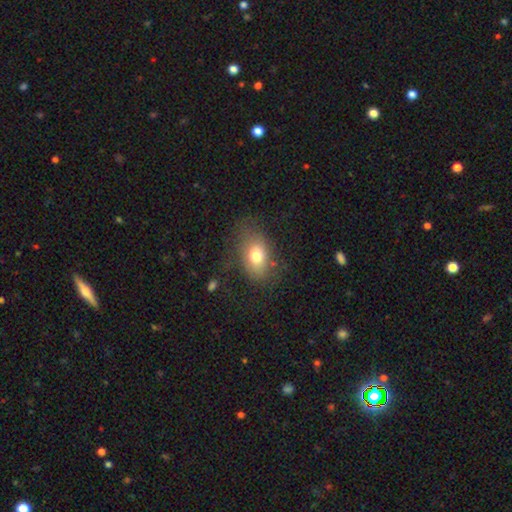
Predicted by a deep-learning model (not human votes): The model was most divided on "merging": none: 67%, minor disturbance: 19%, major disturbance: 12%, merger: 2%. More confident: how rounded — in between (78%); smooth or featured — smooth (72%).